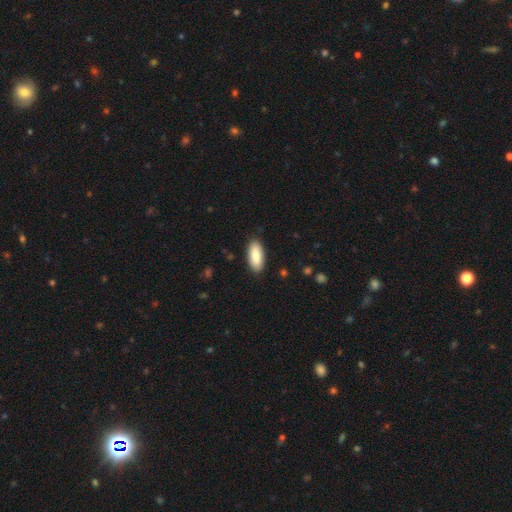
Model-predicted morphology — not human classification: Overall: smooth (83%). How rounded: in between (86%). Merging: none (88%).